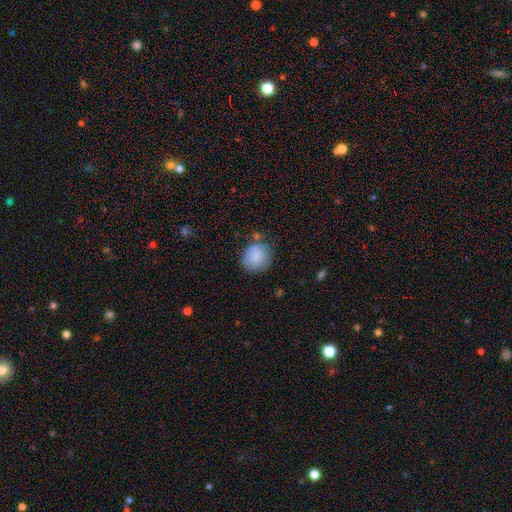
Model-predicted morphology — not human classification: Q: Smooth or featured?
A: smooth (82%); runner-up: featured or disk (10%)
Q: How rounded?
A: round (80%); runner-up: in between (19%)
Q: Merging?
A: none (66%); runner-up: minor disturbance (21%)